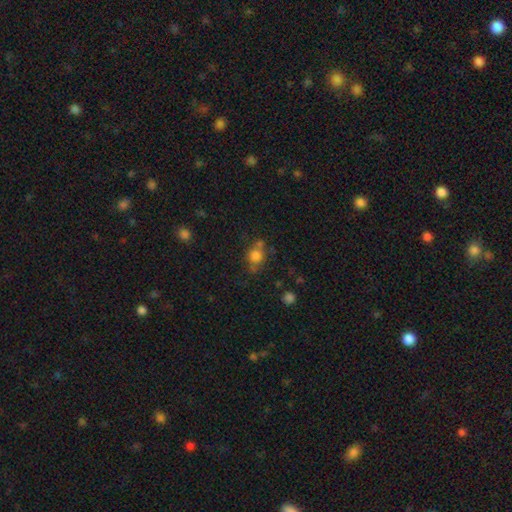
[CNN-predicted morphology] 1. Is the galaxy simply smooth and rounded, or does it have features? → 75% smooth, 13% star or artifact, 12% featured or disk.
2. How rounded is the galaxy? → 69% round, 30% in between, 2% cigar-shaped.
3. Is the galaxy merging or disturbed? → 57% none, 19% minor disturbance, 16% merger, 8% major disturbance.